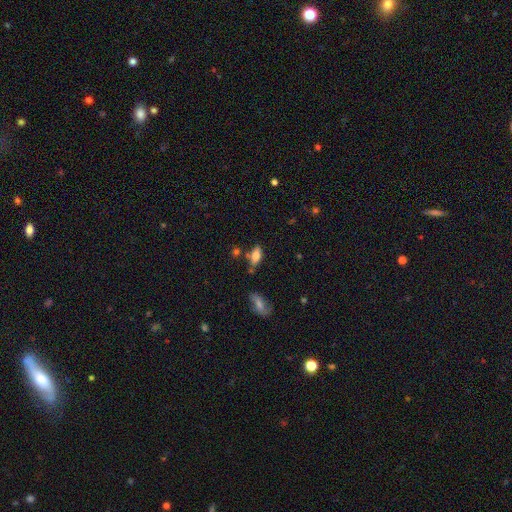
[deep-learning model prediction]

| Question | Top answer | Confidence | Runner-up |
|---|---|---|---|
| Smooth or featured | smooth | 69% | featured or disk (22%) |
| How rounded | in between | 80% | cigar-shaped (17%) |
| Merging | none | 64% | minor disturbance (19%) |